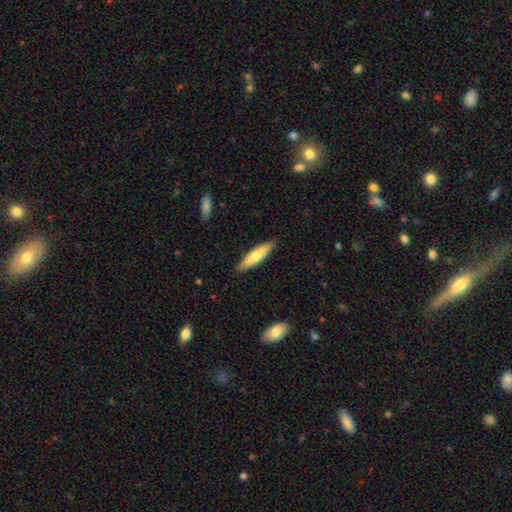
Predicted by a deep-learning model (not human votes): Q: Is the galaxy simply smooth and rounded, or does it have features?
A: smooth — 71%.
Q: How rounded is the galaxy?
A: cigar-shaped — 76%.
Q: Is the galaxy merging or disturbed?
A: none — 88%.